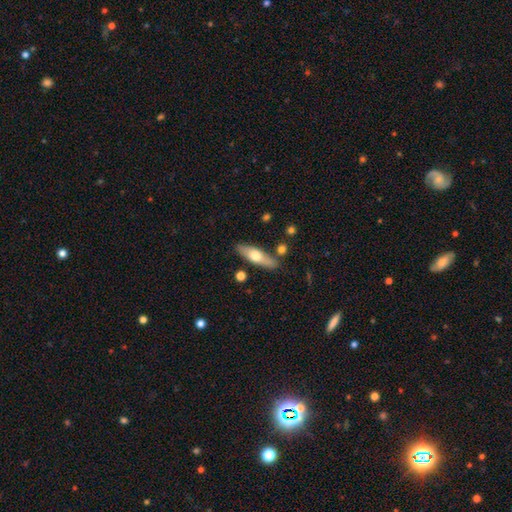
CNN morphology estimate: A smooth galaxy with no disk features (55%) that is cigar-shaped (54%).

Vote fractions:
- Smooth or featured? smooth: 55% / featured or disk: 39% / star or artifact: 5%
- How rounded? cigar-shaped: 54% / in between: 43% / round: 3%
- Merging? none: 81% / minor disturbance: 11% / merger: 5% / major disturbance: 3%